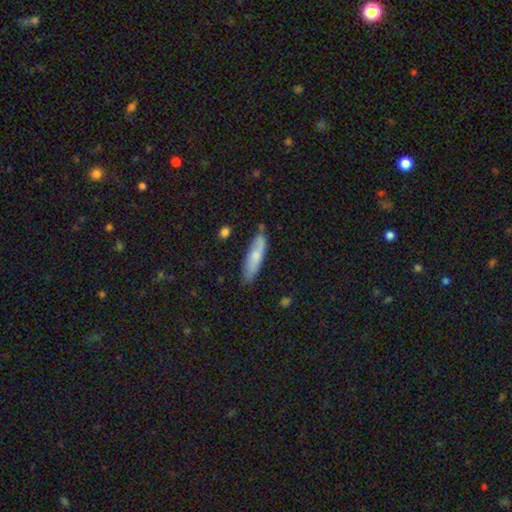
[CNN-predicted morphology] A smooth galaxy with no disk features (70%) that is cigar-shaped (67%).

Vote fractions:
- Smooth or featured? smooth: 70% / featured or disk: 24% / star or artifact: 6%
- How rounded? cigar-shaped: 67% / in between: 31% / round: 2%
- Merging? none: 76% / minor disturbance: 18% / major disturbance: 3% / merger: 3%